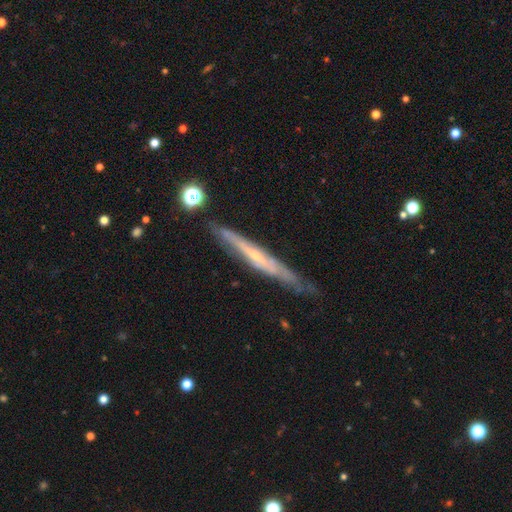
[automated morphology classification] This is likely a featured or disk galaxy (72%). It is clearly viewed edge-on (90%). Edge-on bulge: possibly none (52%). Merging: likely none (74%).